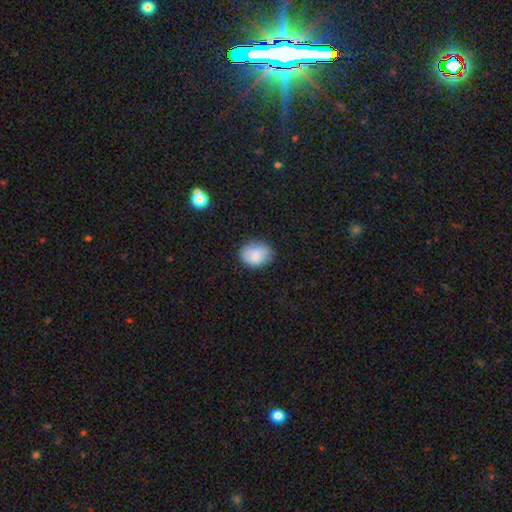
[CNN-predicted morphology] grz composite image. It shows a smooth galaxy with no disk features (84%) that is in between round and cigar-shaped (61%). Merging: none (76%).